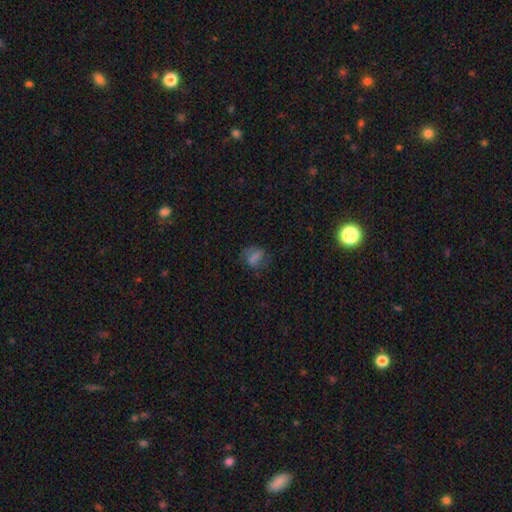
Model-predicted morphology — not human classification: A smooth galaxy with no disk features (57%) that is in between round and cigar-shaped (50%). Merging: none (67%).